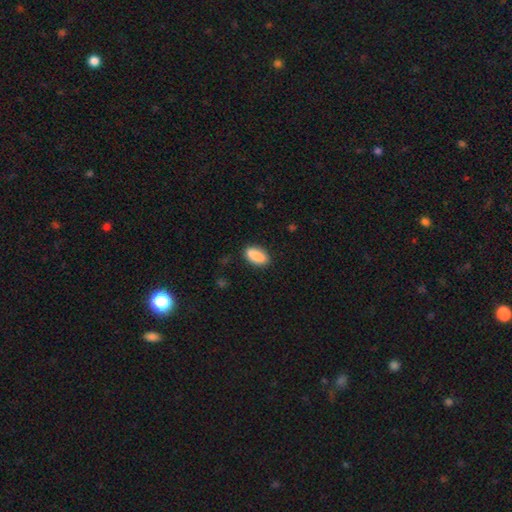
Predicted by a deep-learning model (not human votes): A smooth galaxy with no disk features (89%) that is in between round and cigar-shaped (86%). Merging: none (86%).